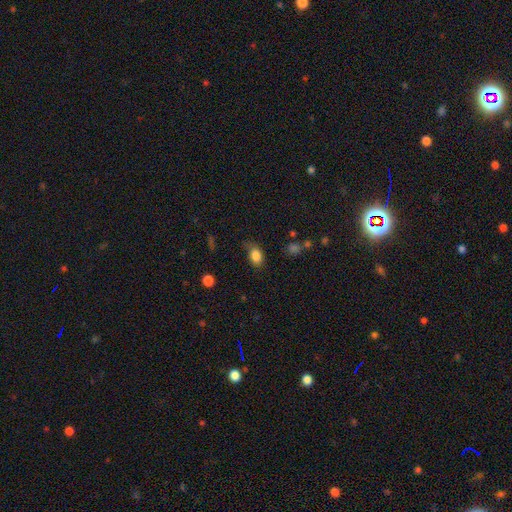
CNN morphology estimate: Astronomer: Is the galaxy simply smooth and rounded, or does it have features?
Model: smooth — 85%.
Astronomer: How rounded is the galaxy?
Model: in between — 83%.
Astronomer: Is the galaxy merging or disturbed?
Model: none — 63%.